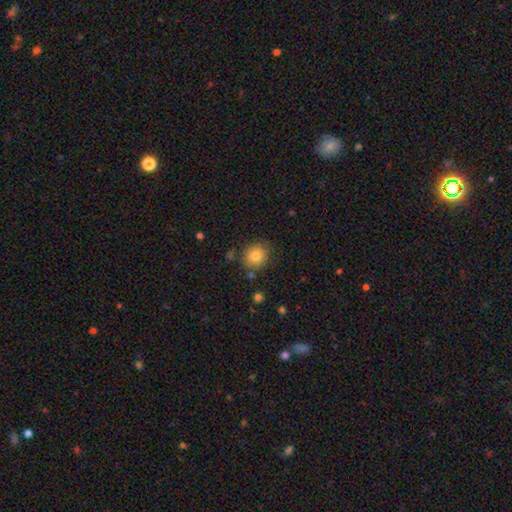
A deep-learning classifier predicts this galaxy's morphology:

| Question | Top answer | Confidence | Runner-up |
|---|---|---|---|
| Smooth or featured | smooth | 82% | star or artifact (10%) |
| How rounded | round | 82% | in between (17%) |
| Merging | none | 82% | minor disturbance (12%) |